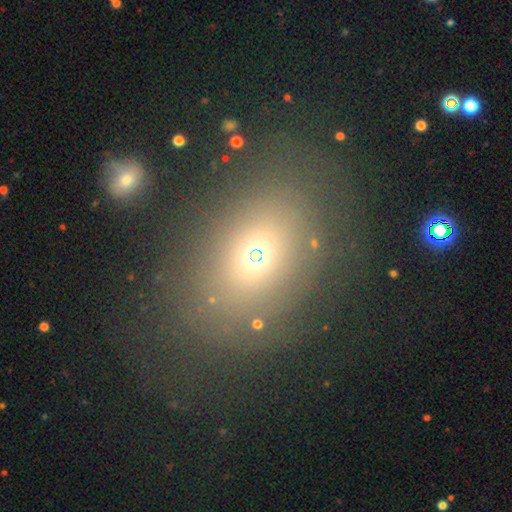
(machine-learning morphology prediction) A smooth galaxy with no disk features (63%) that is in between round and cigar-shaped (61%). Merging: none (77%).